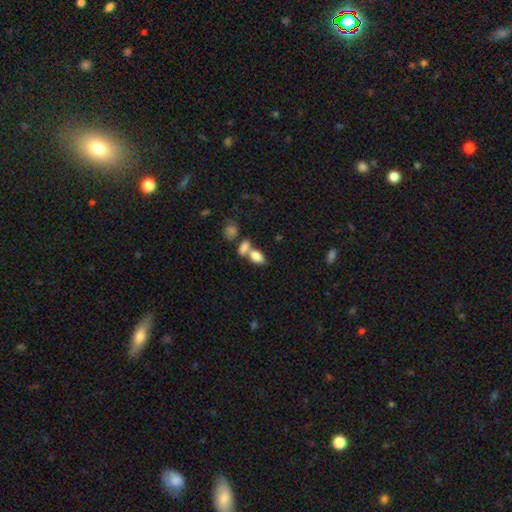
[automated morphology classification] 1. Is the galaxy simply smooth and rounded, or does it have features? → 80% smooth, 11% featured or disk, 9% star or artifact.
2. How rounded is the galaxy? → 89% in between, 7% round, 4% cigar-shaped.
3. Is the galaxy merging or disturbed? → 49% merger, 36% none, 10% minor disturbance, 5% major disturbance.